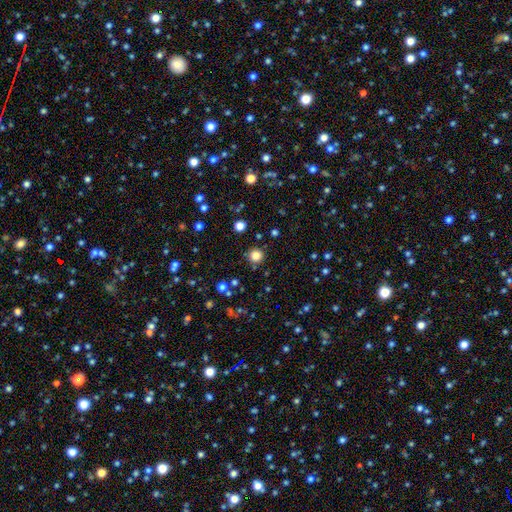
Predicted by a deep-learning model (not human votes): smooth-or-featured: smooth: 82% | star or artifact: 14% | featured or disk: 4%
  how-rounded: round: 95% | in between: 4% | cigar-shaped: 1%
  merging: none: 89% | minor disturbance: 6% | merger: 3% | major disturbance: 2%